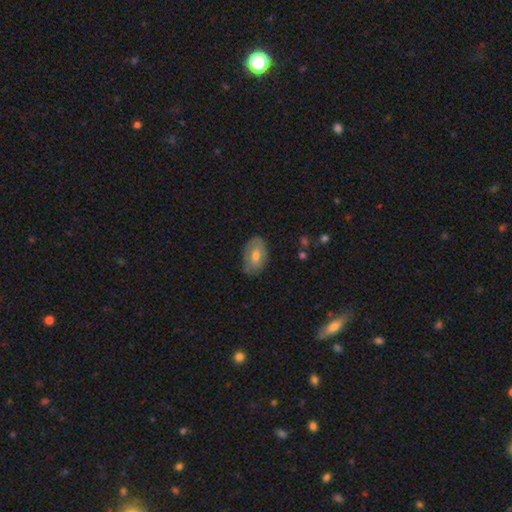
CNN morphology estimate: A smooth galaxy with no disk features (57%) that is in between round and cigar-shaped (89%).

Vote fractions:
- Smooth or featured? smooth: 57% / featured or disk: 36% / star or artifact: 7%
- How rounded? in between: 89% / round: 9% / cigar-shaped: 2%
- Merging? none: 73% / minor disturbance: 21% / major disturbance: 5% / merger: 1%